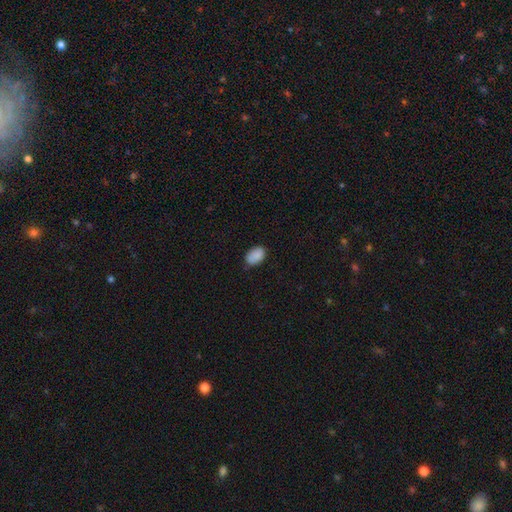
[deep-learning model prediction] smooth 88%, star or artifact 8%, featured or disk 4%. Down the decision tree: how rounded — in between (88%); merging — none (75%).